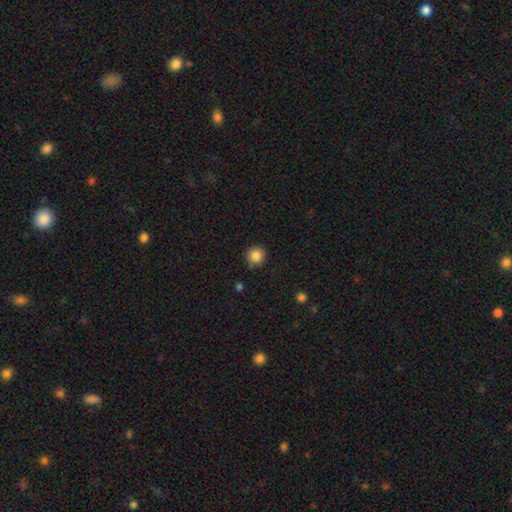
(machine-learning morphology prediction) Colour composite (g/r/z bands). It shows a smooth galaxy with no disk features (86%) that is round (93%). Merging: none (87%).